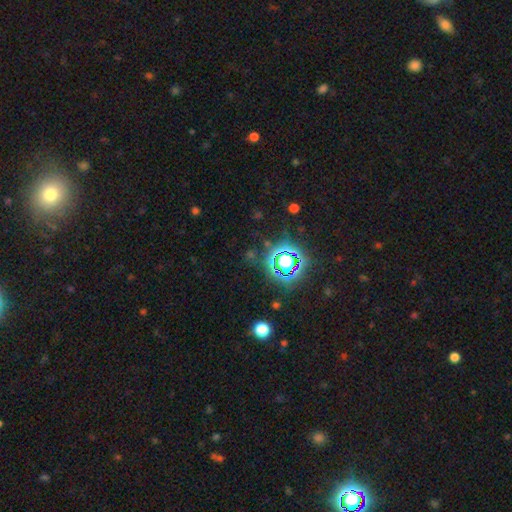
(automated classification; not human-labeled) A star or artifact, not a galaxy (79%).